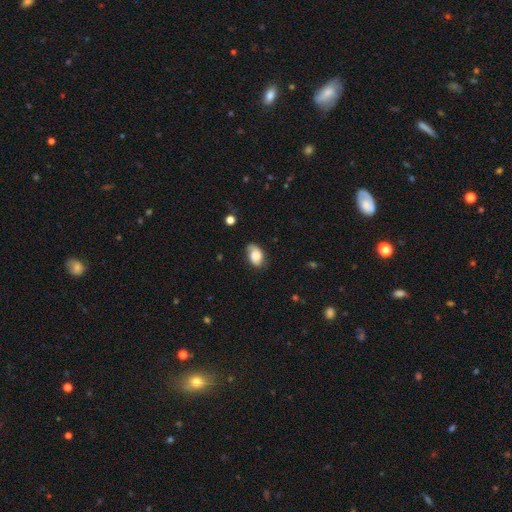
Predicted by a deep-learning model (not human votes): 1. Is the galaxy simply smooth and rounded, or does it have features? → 68% smooth, 24% featured or disk, 8% star or artifact.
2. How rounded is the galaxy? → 87% in between, 12% round, 1% cigar-shaped.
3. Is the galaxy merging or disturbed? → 67% none, 25% minor disturbance, 6% major disturbance, 2% merger.